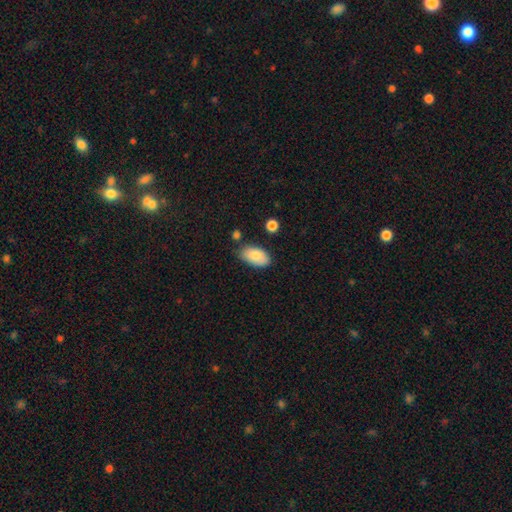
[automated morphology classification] A smooth galaxy with no disk features (82%) that is in between round and cigar-shaped (94%).

Vote fractions:
- Smooth or featured? smooth: 82% / featured or disk: 11% / star or artifact: 7%
- How rounded? in between: 94% / round: 4% / cigar-shaped: 2%
- Merging? none: 74% / minor disturbance: 19% / merger: 4% / major disturbance: 3%